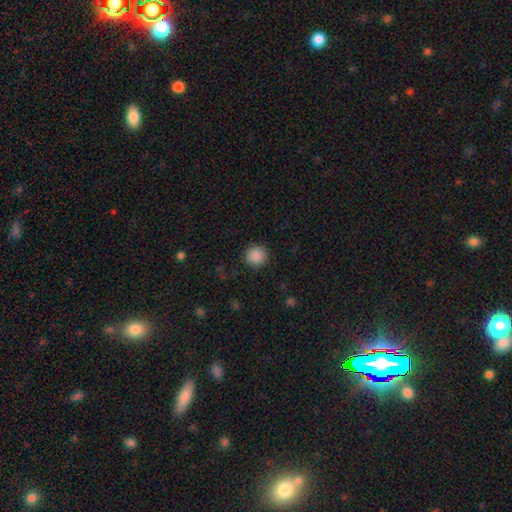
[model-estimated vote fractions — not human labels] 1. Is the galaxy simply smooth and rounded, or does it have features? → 88% smooth, 9% star or artifact, 3% featured or disk.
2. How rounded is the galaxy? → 93% round, 6% in between, 1% cigar-shaped.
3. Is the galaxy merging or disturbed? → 90% none, 7% minor disturbance, 3% major disturbance, 1% merger.